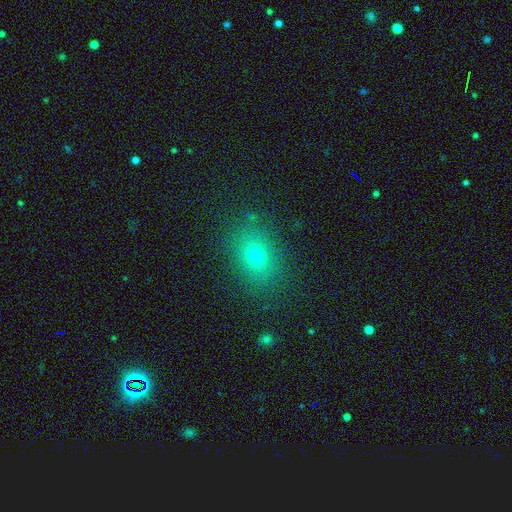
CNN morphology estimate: A smooth galaxy with no disk features (70%) that is in between round and cigar-shaped (61%). Merging: none (84%).